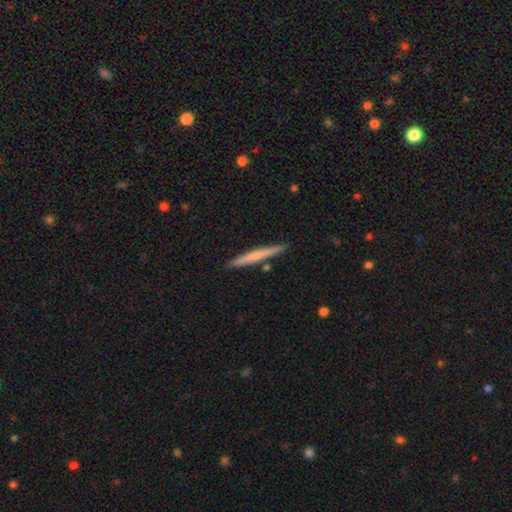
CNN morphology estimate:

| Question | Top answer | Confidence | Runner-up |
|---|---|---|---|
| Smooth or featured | smooth | 57% | featured or disk (38%) |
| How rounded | cigar-shaped | 97% | in between (2%) |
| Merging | none | 89% | minor disturbance (7%) |